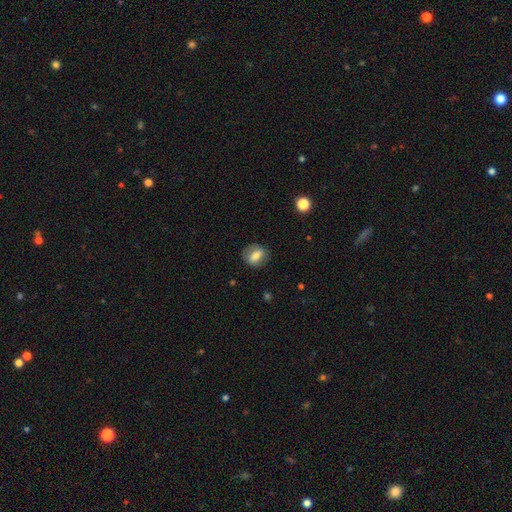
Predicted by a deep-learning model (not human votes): A smooth galaxy with no disk features (63%) that is in between round and cigar-shaped (51%). Merging: none (79%).